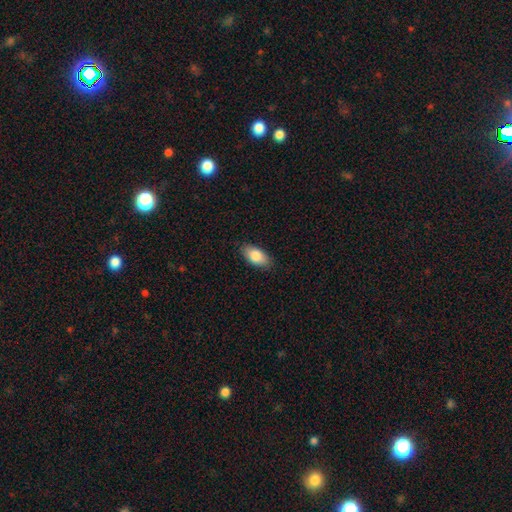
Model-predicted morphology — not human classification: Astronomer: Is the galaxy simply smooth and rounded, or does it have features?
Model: smooth — 85%.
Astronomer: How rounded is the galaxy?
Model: in between — 93%.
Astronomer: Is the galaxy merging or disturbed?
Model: none — 86%.